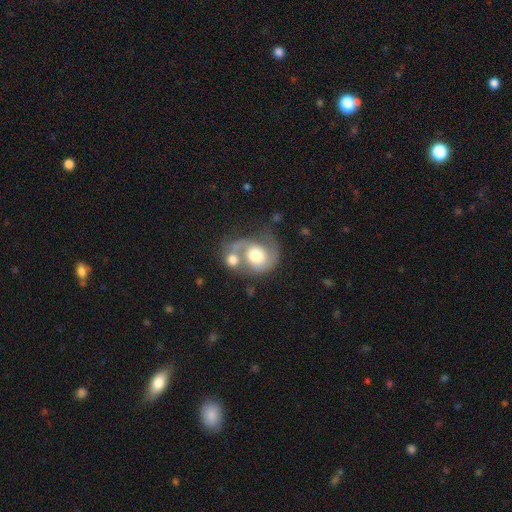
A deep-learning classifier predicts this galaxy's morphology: smooth-or-featured: featured or disk: 68% | smooth: 26% | star or artifact: 7%
  disk-edge-on: no: 98% | yes: 2%
    bar: no: 75% | weak: 21% | strong: 4%
    has-spiral-arms: yes: 85% | no: 15%
      spiral-winding: medium: 46% | loose: 30% | tight: 24%
      spiral-arm-count: 2: 68% | 1: 22% | can't tell: 7% | 3: 1% | 4: 1% | more than 4: 1%
    bulge-size: moderate: 57% | large: 29% | small: 9% | dominant: 4% | none: 2%
  merging: merger: 56% | none: 21% | major disturbance: 13% | minor disturbance: 10%